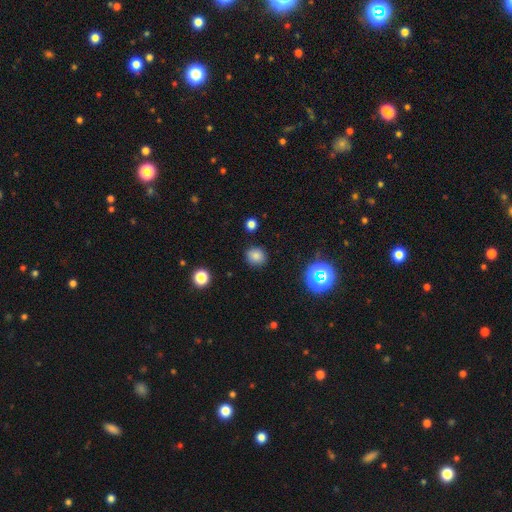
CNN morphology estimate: A smooth galaxy with no disk features (79%) that is round (82%).

Vote fractions:
- Smooth or featured? smooth: 79% / star or artifact: 15% / featured or disk: 6%
- How rounded? round: 82% / in between: 17% / cigar-shaped: 1%
- Merging? none: 88% / minor disturbance: 8% / major disturbance: 2% / merger: 2%